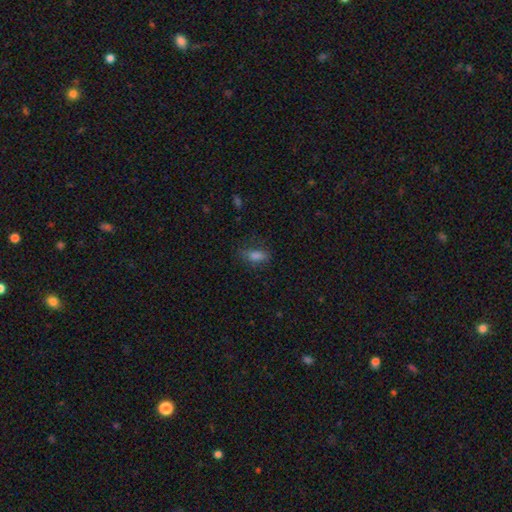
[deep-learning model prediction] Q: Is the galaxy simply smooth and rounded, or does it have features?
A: smooth — 71%.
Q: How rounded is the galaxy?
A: in between — 69%.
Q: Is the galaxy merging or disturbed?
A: none — 70%.